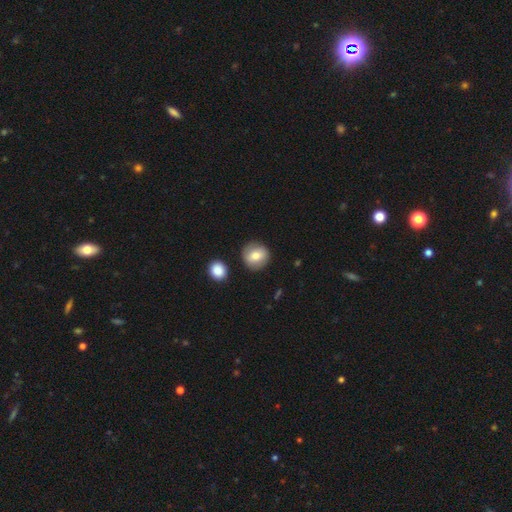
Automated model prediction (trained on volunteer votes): Smooth or featured? Predicted: smooth (p=0.75). How rounded? Predicted: round (p=0.90). Merging? Predicted: none (p=0.85).